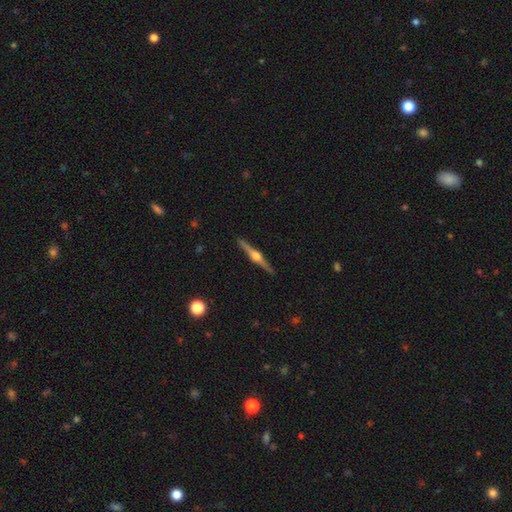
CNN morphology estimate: A featured or disk galaxy (84%) viewed edge-on (98%) with a rounded central bulge (94%). Merging: none (91%).